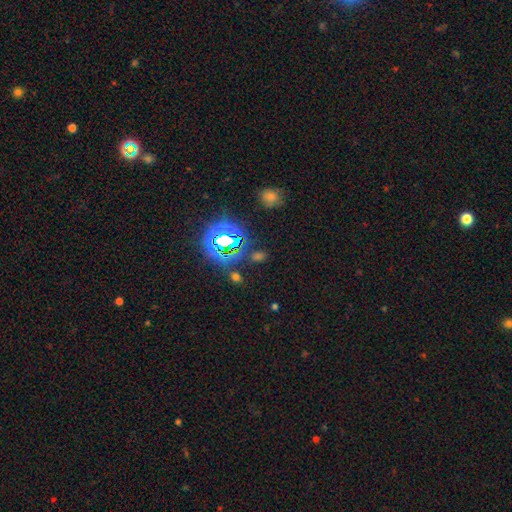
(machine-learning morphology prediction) This is likely a star or artifact rather than a galaxy (70%).